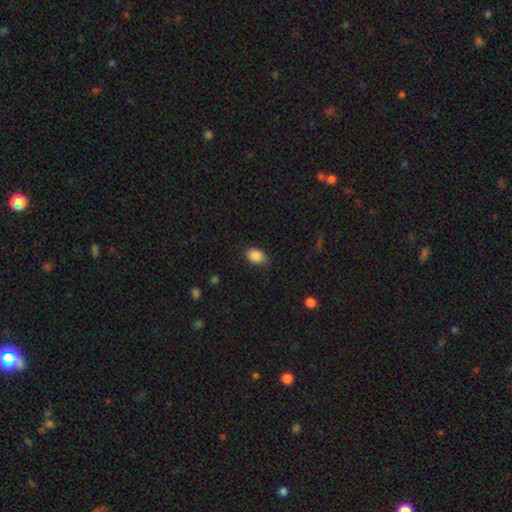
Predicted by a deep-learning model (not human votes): Smooth or featured: smooth — 87% (star or artifact — 8%)
How rounded: in between — 85% (round — 14%)
Merging: none — 82% (minor disturbance — 14%)